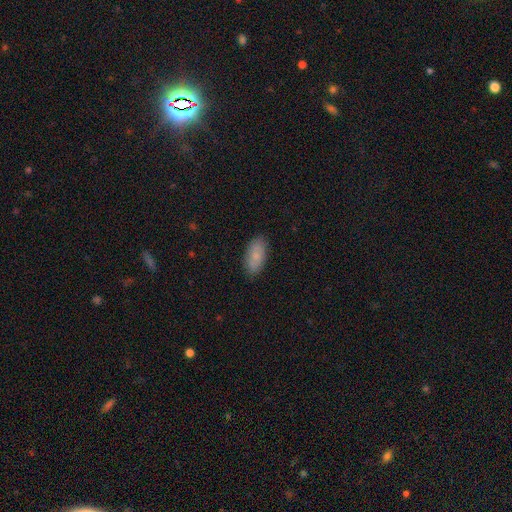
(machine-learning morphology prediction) Overall: smooth (80%). How rounded: in between (92%). Merging: none (86%).